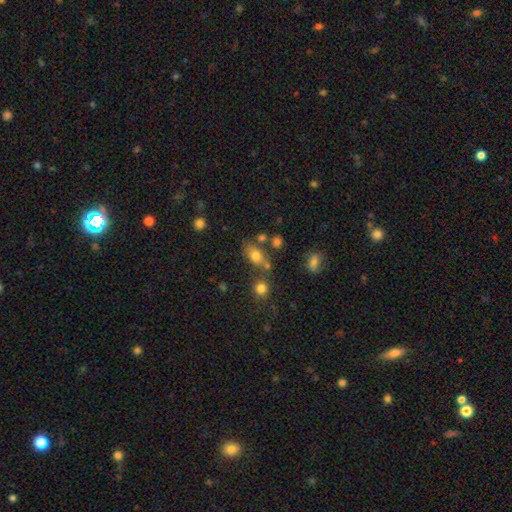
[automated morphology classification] A smooth galaxy with no disk features (73%) that is in between round and cigar-shaped (75%). Merging: none (55%).